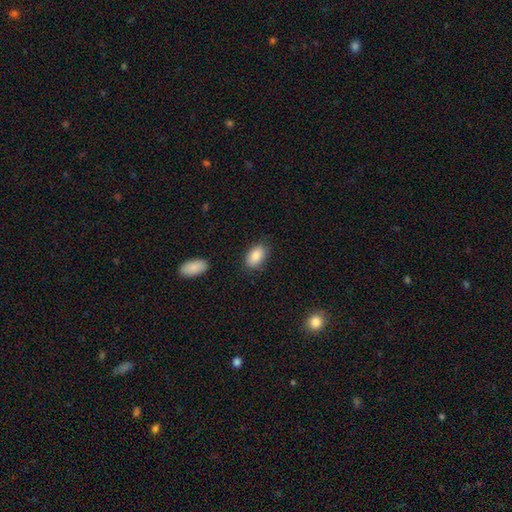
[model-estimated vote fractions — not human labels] smooth_or_featured: smooth (p=0.87) [alt: star or artifact p=0.07]
how_rounded: in between (p=0.92) [alt: round p=0.06]
merging: none (p=0.83) [alt: minor disturbance p=0.12]